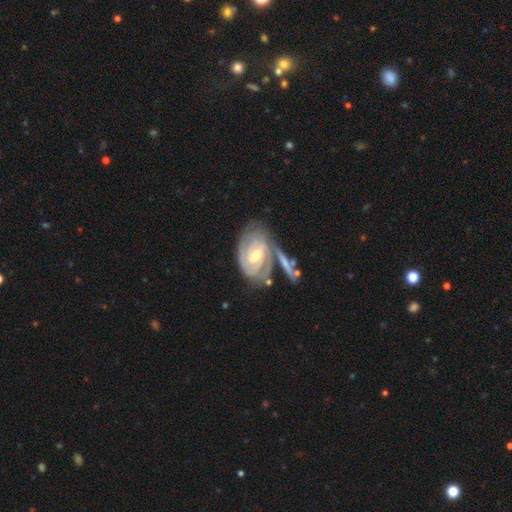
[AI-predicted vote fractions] The model was most divided on "spiral arm count": 2: 41%, can't tell: 25%, 3: 21%, 4: 6%, 1: 4%, more than 4: 3%. Remaining: edge-on disk — no (96%); spiral arms — yes (95%); smooth or featured — featured or disk (85%); spiral winding — tight (68%); bulge size — moderate (56%); merging — none (54%); bar — weak (49%).